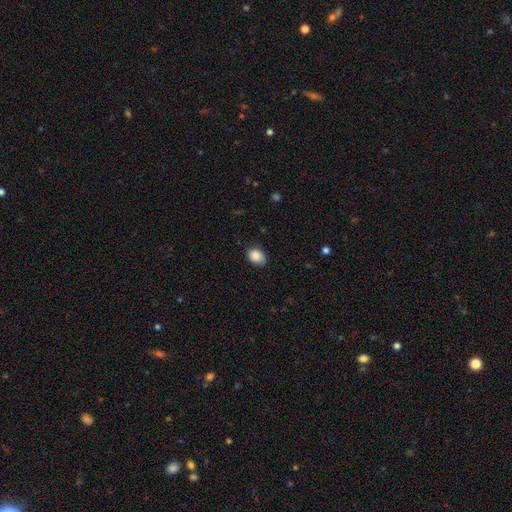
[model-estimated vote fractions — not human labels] Smooth or featured? smooth (86%)
How rounded? in between (67%)
Merging? none (70%)